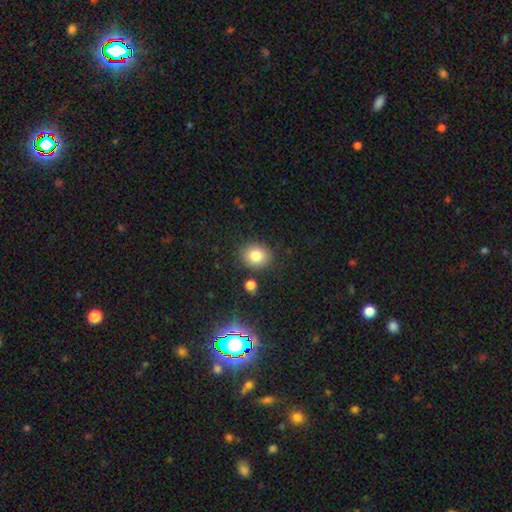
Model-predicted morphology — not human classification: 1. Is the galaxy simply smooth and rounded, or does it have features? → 81% smooth, 11% star or artifact, 8% featured or disk.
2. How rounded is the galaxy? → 71% round, 28% in between, 1% cigar-shaped.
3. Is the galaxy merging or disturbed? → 85% none, 9% minor disturbance, 4% merger, 3% major disturbance.